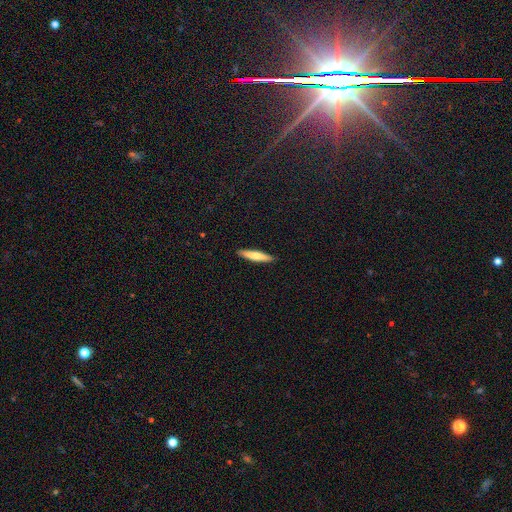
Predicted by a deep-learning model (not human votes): This is likely a smooth galaxy (67%). How rounded: clearly cigar-shaped (88%). Merging: clearly none (91%).